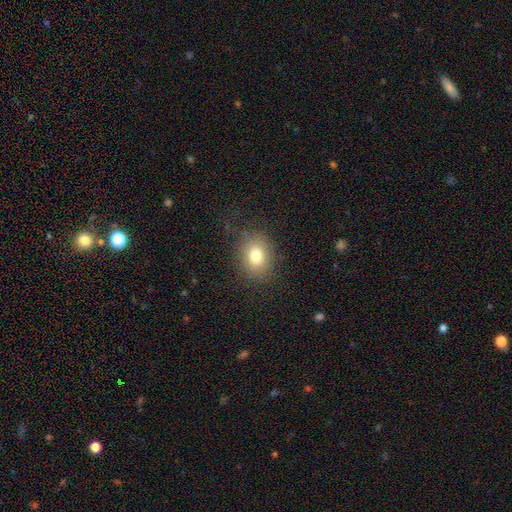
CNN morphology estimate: Smooth or featured?
  - smooth: 77% *
  - star or artifact: 11%
  - featured or disk: 11%
How rounded?
  - in between: 58% *
  - round: 41%
  - cigar-shaped: 1%
Merging?
  - none: 80% *
  - minor disturbance: 13%
  - major disturbance: 6%
  - merger: 1%